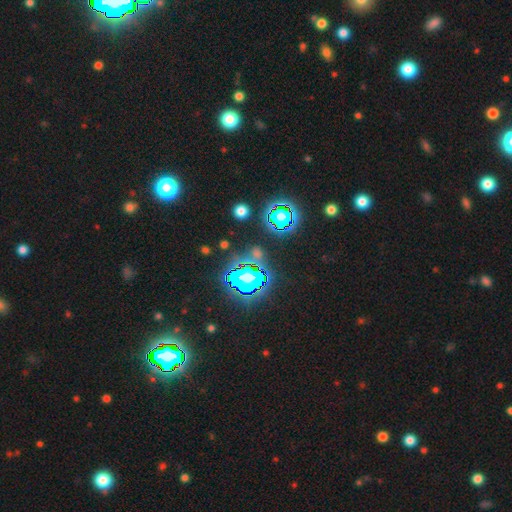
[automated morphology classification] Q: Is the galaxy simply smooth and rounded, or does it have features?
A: star or artifact — 73%.